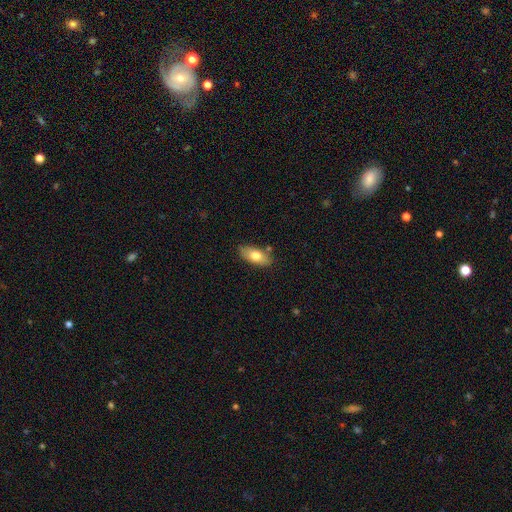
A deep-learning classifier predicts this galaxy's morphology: smooth-or-featured: smooth: 72% | featured or disk: 21% | star or artifact: 7%
  how-rounded: in between: 87% | cigar-shaped: 10% | round: 3%
  merging: none: 80% | minor disturbance: 14% | merger: 4% | major disturbance: 3%